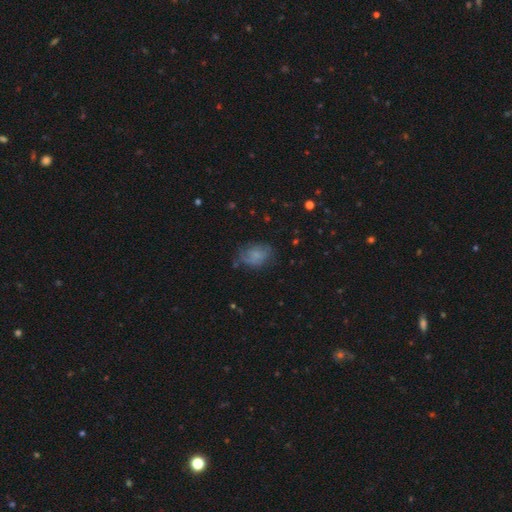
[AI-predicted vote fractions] This appears to be a smooth galaxy with no disk features (59%) that is in between round and cigar-shaped (75%). Merging: none (55%).